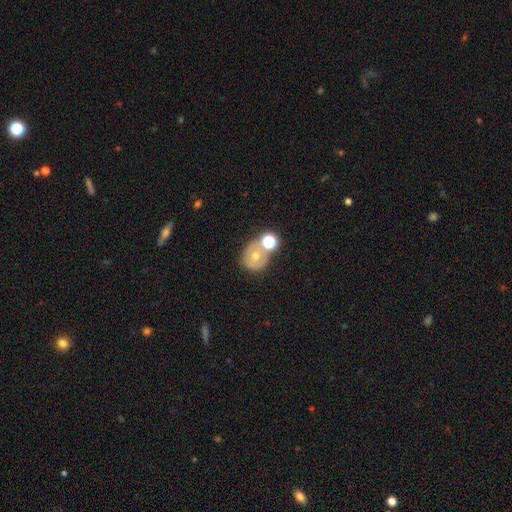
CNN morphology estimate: Smooth or featured? smooth (44%)
Merging? none (51%)